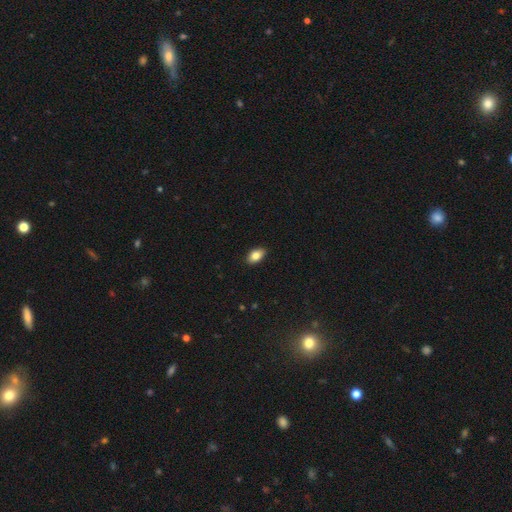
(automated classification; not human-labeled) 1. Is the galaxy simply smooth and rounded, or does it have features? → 82% smooth, 10% featured or disk, 8% star or artifact.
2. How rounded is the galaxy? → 91% in between, 7% round, 2% cigar-shaped.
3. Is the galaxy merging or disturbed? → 89% none, 9% minor disturbance, 2% major disturbance, 1% merger.